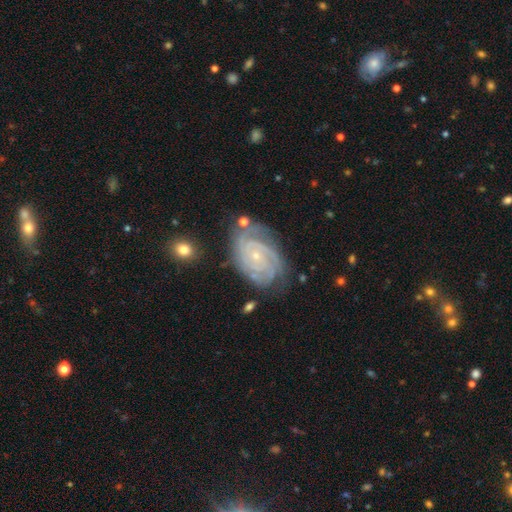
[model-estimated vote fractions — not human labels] Smooth or featured: featured or disk — 88% (star or artifact — 6%)
Edge-on disk: no — 97% (yes — 3%)
Bar: no — 72% (weak — 22%)
Spiral arms: yes — 98% (no — 2%)
Spiral winding: tight — 79% (medium — 18%)
Spiral arm count: 2 — 32% (3 — 26%)
Bulge size: small — 80% (moderate — 16%)
Merging: none — 69% (minor disturbance — 20%)